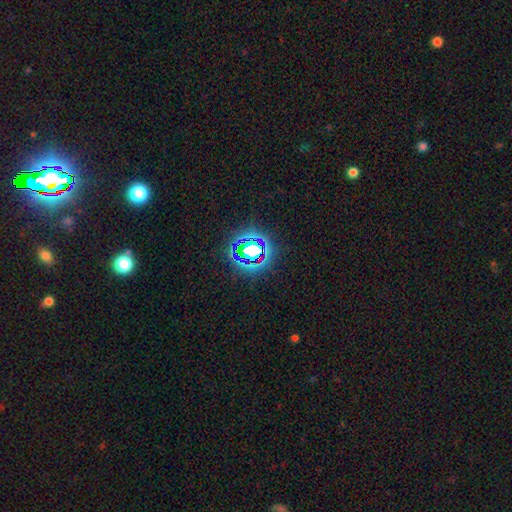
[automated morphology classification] This is likely a star or artifact rather than a galaxy (68%).